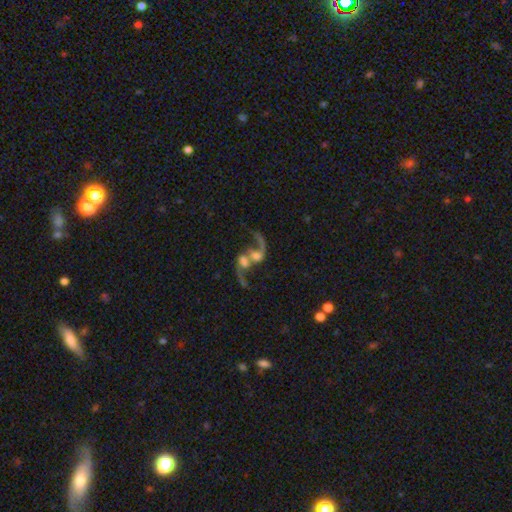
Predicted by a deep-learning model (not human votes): This appears to be a featured or disk galaxy (76%) with no bar (53%), 2 (81%) loose (88%) spiral arms (86%) and a moderate central bulge (33%). Merging: merger (63%).